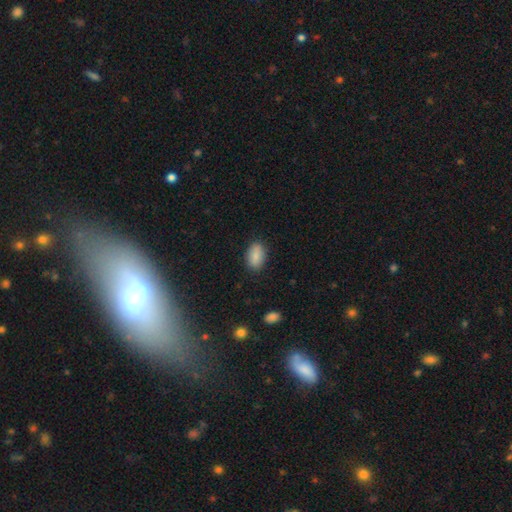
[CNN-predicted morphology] smooth-or-featured: smooth: 86% | star or artifact: 7% | featured or disk: 7%
  how-rounded: in between: 91% | round: 7% | cigar-shaped: 2%
  merging: none: 86% | minor disturbance: 11% | major disturbance: 3% | merger: 1%